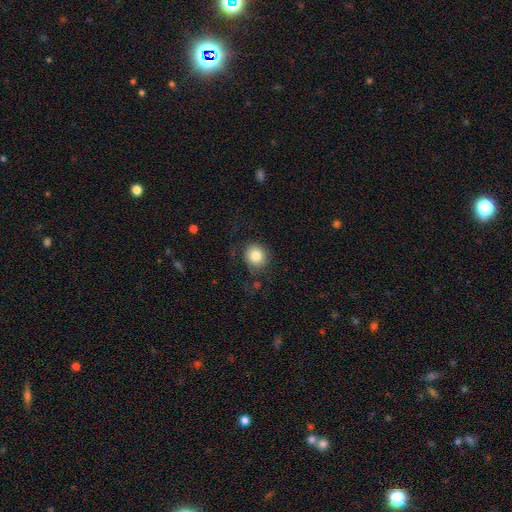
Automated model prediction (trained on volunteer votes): Smooth or featured? smooth (83%)
How rounded? round (90%)
Merging? none (77%)